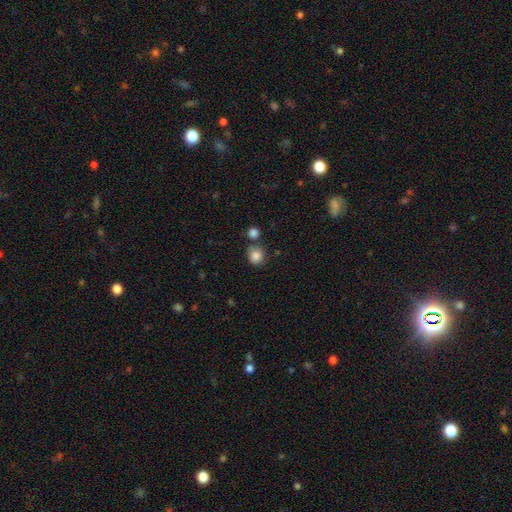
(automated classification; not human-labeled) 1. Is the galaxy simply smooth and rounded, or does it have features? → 85% smooth, 10% star or artifact, 5% featured or disk.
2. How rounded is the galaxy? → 83% round, 16% in between, 1% cigar-shaped.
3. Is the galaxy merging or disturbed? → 68% none, 16% merger, 13% minor disturbance, 4% major disturbance.